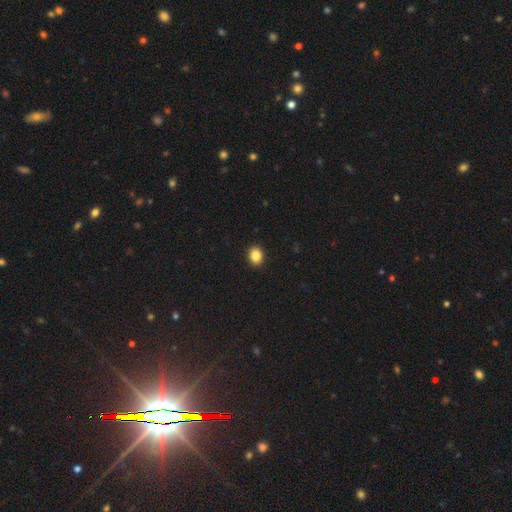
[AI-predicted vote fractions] Q: Smooth or featured?
A: smooth (86%); runner-up: star or artifact (10%)
Q: How rounded?
A: round (52%); runner-up: in between (47%)
Q: Merging?
A: none (92%); runner-up: minor disturbance (6%)